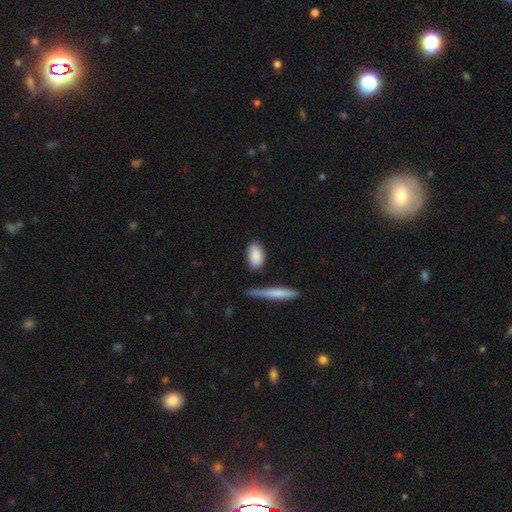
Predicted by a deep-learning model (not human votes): smooth-or-featured: smooth: 86% | featured or disk: 8% | star or artifact: 6%
  how-rounded: in between: 88% | cigar-shaped: 7% | round: 5%
  merging: none: 77% | minor disturbance: 15% | merger: 5% | major disturbance: 3%